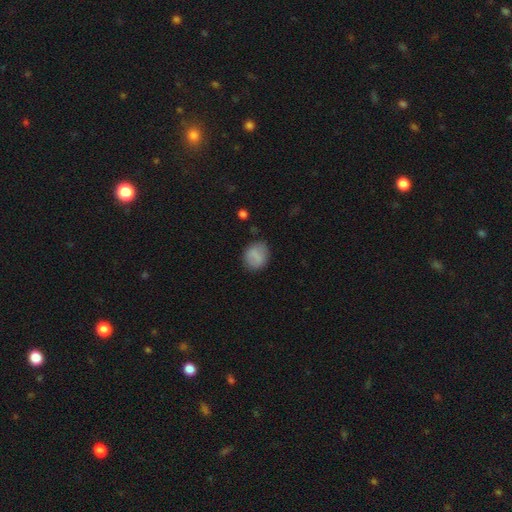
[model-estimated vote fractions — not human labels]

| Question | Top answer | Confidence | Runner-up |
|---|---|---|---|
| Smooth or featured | smooth | 80% | featured or disk (12%) |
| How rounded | round | 60% | in between (38%) |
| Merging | none | 79% | minor disturbance (15%) |